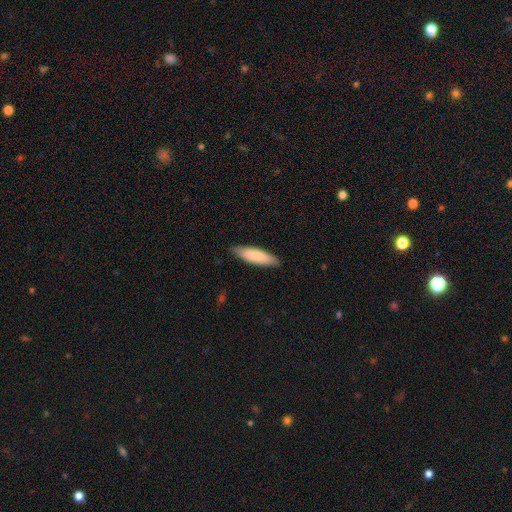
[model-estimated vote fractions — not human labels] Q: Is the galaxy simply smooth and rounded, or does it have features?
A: smooth — 83%.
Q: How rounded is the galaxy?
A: cigar-shaped — 63%.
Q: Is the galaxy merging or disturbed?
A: none — 86%.